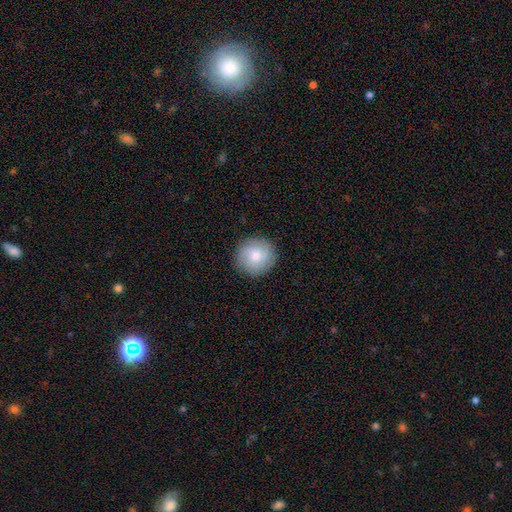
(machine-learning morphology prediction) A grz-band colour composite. It shows a smooth galaxy with no disk features (72%) that is round (94%). Merging: none (89%).